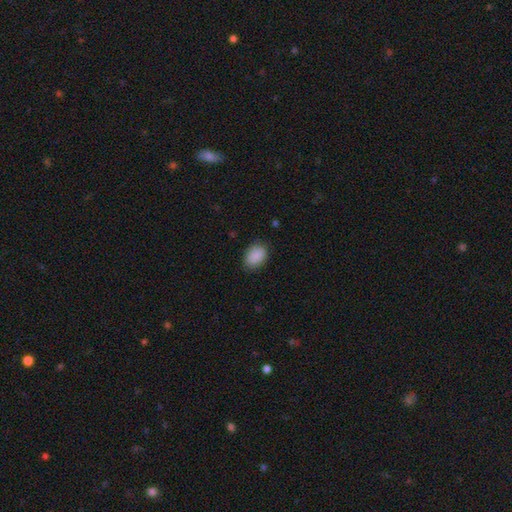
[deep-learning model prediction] Smooth or featured: smooth — 89% (star or artifact — 7%)
How rounded: in between — 77% (round — 22%)
Merging: none — 83% (minor disturbance — 13%)